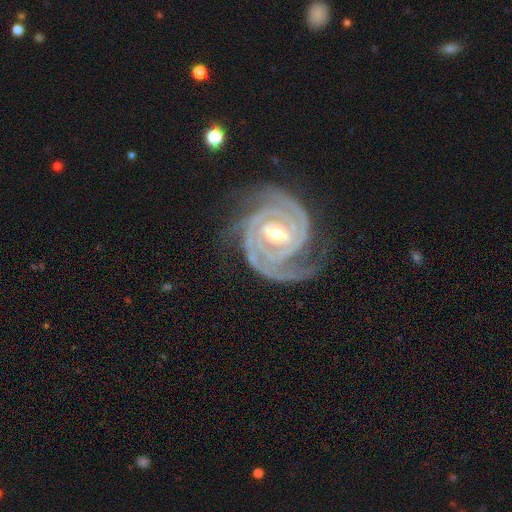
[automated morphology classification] A featured or disk galaxy (93%) with a weak bar (44%), 2 (51%) tight (77%) spiral arms (99%) and a moderate central bulge (53%). Merging: none (71%).